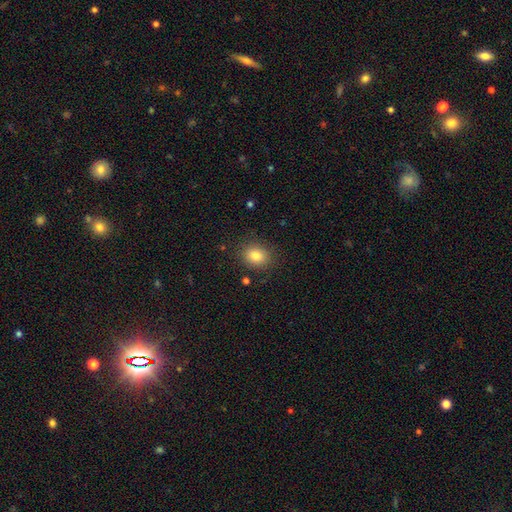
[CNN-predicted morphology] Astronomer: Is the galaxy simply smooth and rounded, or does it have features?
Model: smooth — 82%.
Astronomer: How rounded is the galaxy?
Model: round — 53% (runner-up: in between, 46%).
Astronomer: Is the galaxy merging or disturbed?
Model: none — 86%.